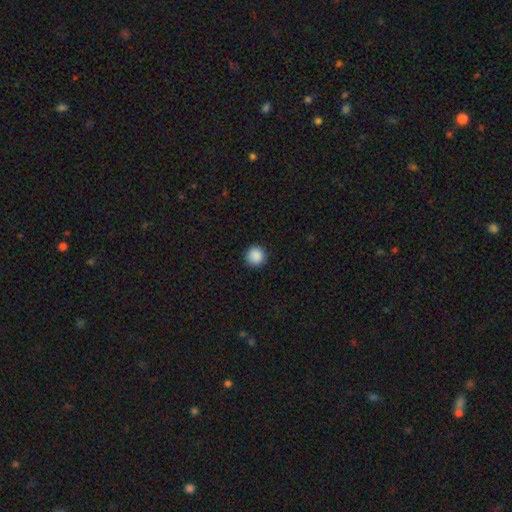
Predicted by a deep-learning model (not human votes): A smooth galaxy with no disk features (89%) that is round (95%). Merging: none (92%).